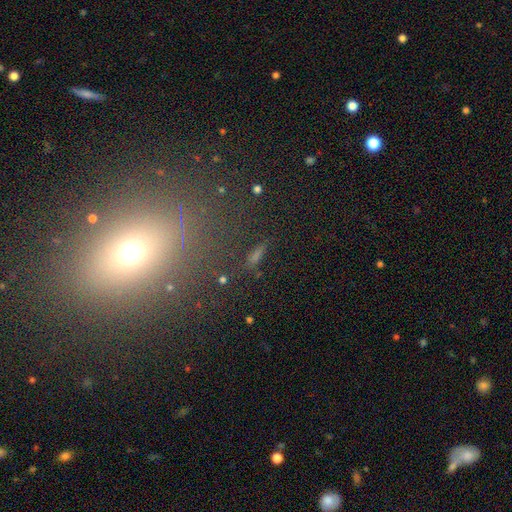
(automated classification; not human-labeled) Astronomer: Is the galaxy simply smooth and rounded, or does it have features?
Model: smooth — 51% (runner-up: star or artifact, 29%).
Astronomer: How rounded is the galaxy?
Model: cigar-shaped — 57% (runner-up: in between, 34%).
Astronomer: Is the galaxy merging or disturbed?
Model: none — 78%.